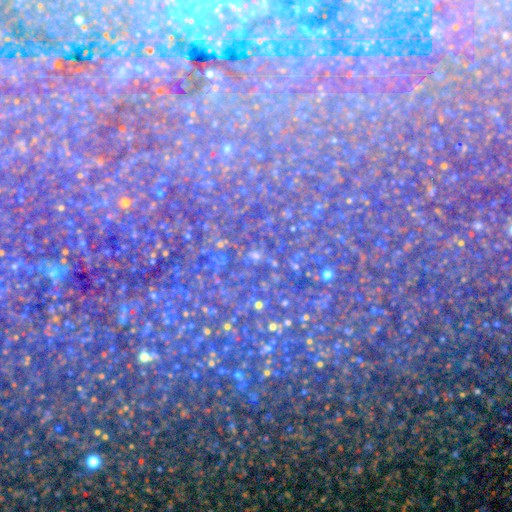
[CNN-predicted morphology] The model was most divided on "smooth or featured": star or artifact: 46%, featured or disk: 32%, smooth: 23%.